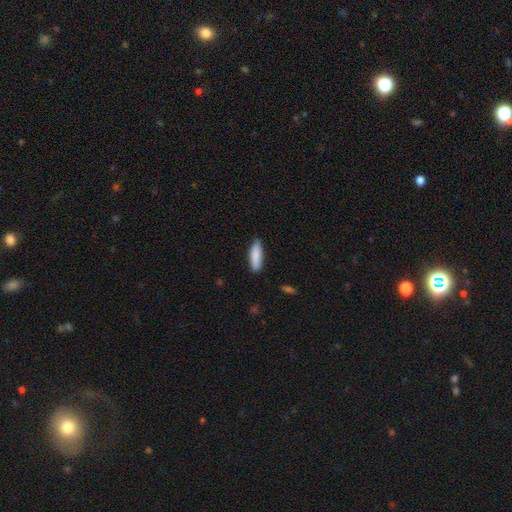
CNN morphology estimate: smooth 87%, featured or disk 7%, star or artifact 6%. Down the decision tree: how rounded — cigar-shaped (56%); merging — none (86%).